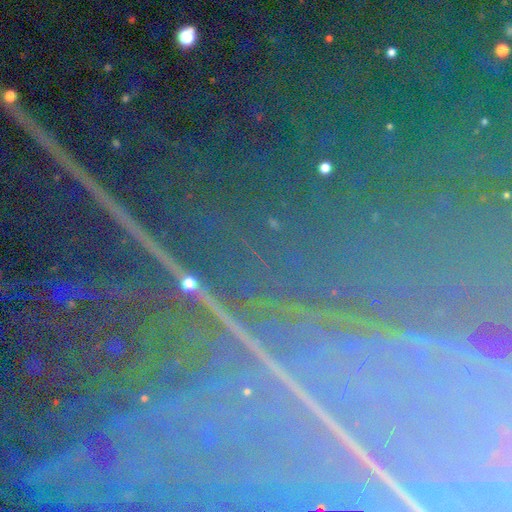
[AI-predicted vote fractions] Q: Smooth or featured?
A: star or artifact (87%); runner-up: featured or disk (7%)